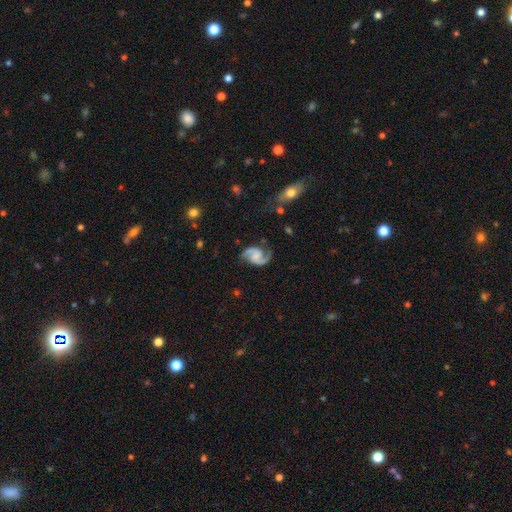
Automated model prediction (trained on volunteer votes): This is clearly a featured or disk galaxy (89%). It is clearly not viewed edge-on (98%). Bar: possibly no (50%). Spiral arm pattern: clearly yes (98%). Spiral arm count: clearly 2 (93%). Spiral winding: possibly medium (53%). Central bulge: possibly none (49%). Merging: likely none (77%).